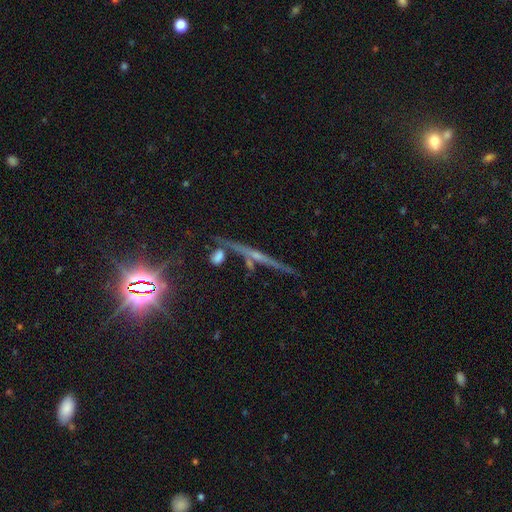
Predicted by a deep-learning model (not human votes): Smooth or featured?
  - featured or disk: 60% *
  - star or artifact: 26%
  - smooth: 14%
Edge-on disk?
  - yes: 93% *
  - no: 7%
Edge-on bulge?
  - rounded: 56% *
  - none: 34%
  - boxy: 11%
Merging?
  - none: 75% *
  - minor disturbance: 12%
  - merger: 8%
  - major disturbance: 5%